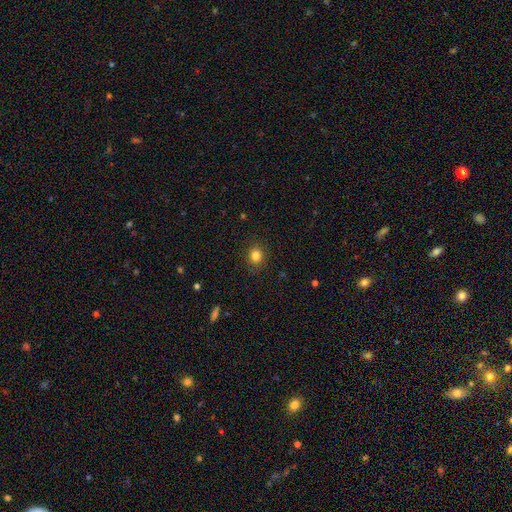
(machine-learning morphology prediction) smooth 83%, star or artifact 12%, featured or disk 5%. Down the decision tree: how rounded — round (80%); merging — none (89%).